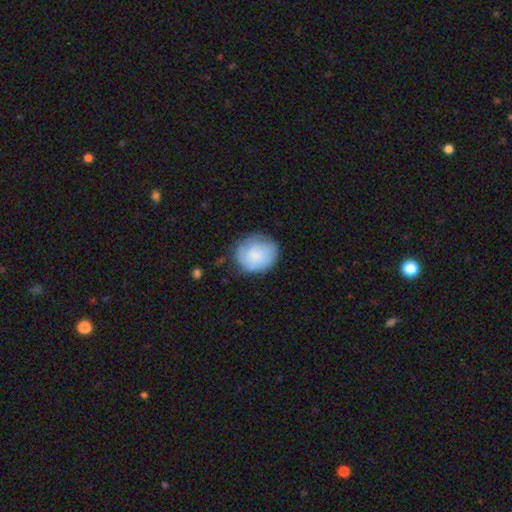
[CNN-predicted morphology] This appears to be a smooth galaxy with no disk features (69%) that is round (75%). Merging: none (67%).